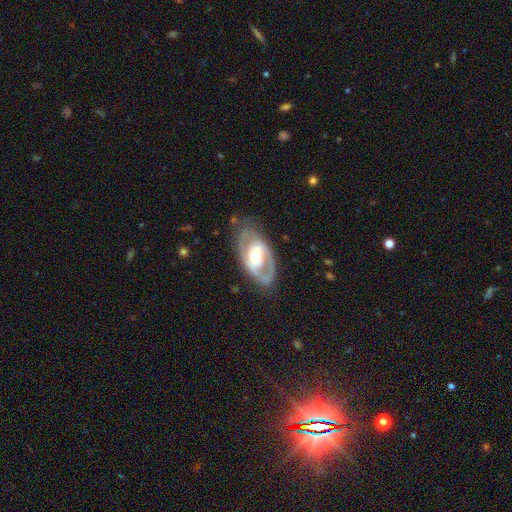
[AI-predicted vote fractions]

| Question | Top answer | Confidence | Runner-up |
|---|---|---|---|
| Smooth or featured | featured or disk | 77% | smooth (18%) |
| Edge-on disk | no | 93% | yes (7%) |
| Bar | no | 46% | weak (32%) |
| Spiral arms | yes | 63% | no (37%) |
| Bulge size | moderate | 69% | small (15%) |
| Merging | none | 72% | minor disturbance (18%) |